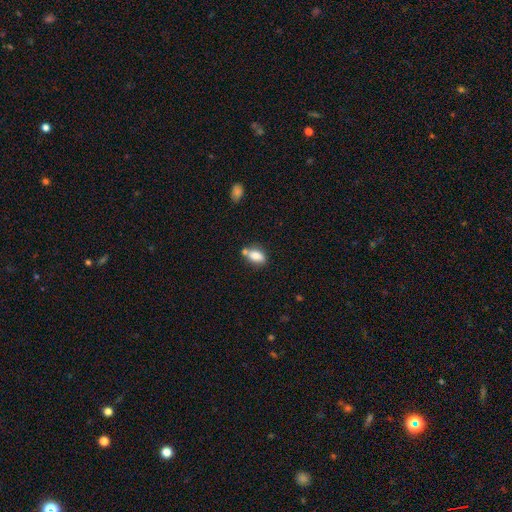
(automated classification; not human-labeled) Smooth or featured? smooth (78%)
How rounded? in between (84%)
Merging? none (55%)